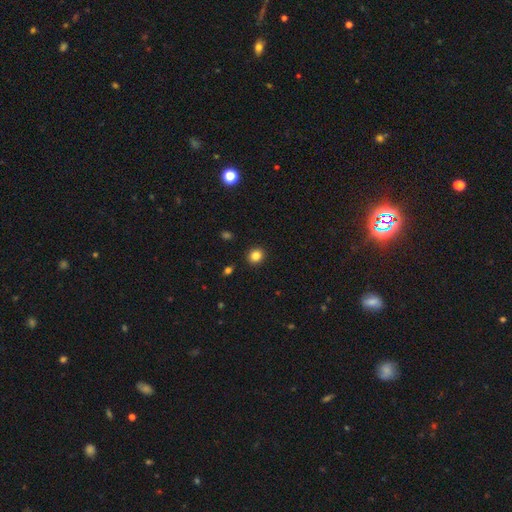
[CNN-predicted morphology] smooth_or_featured: smooth (p=0.84) [alt: star or artifact p=0.11]
how_rounded: round (p=0.84) [alt: in between p=0.15]
merging: none (p=0.92) [alt: minor disturbance p=0.05]